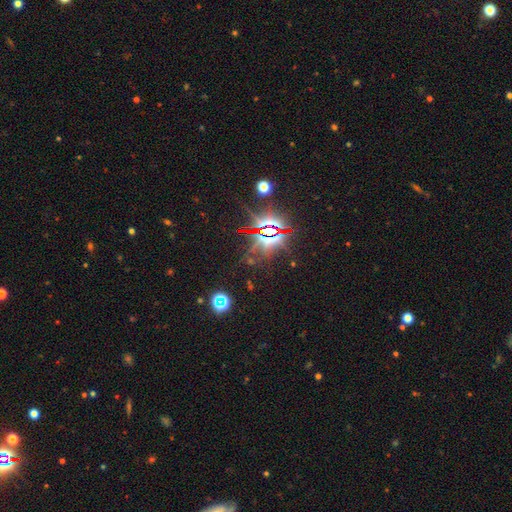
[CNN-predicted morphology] smooth-or-featured: star or artifact: 84% | smooth: 8% | featured or disk: 8%